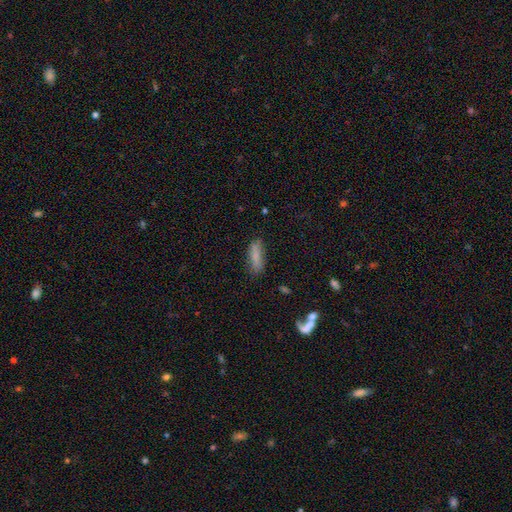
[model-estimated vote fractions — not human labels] Smooth or featured? smooth (81%)
How rounded? cigar-shaped (53%)
Merging? none (75%)